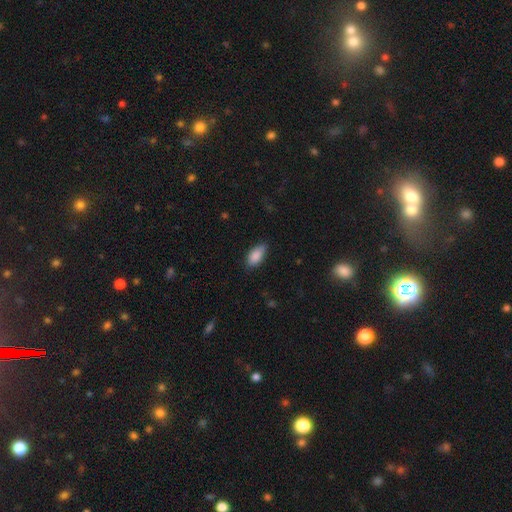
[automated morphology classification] Smooth or featured: smooth — 87% (star or artifact — 7%)
How rounded: in between — 89% (cigar-shaped — 8%)
Merging: none — 75% (minor disturbance — 20%)